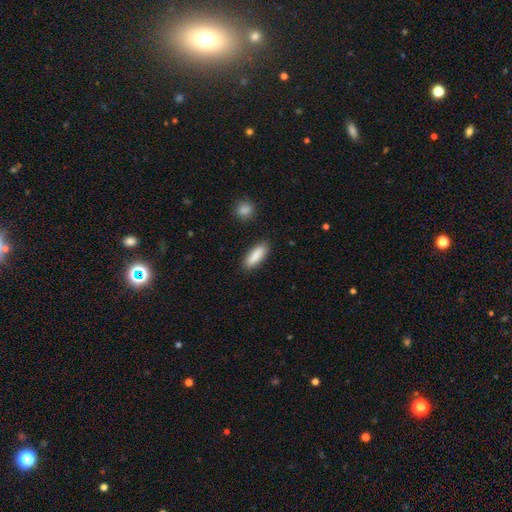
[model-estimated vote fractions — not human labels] This is clearly a smooth galaxy (88%). How rounded: possibly in between (54%). Merging: clearly none (86%).